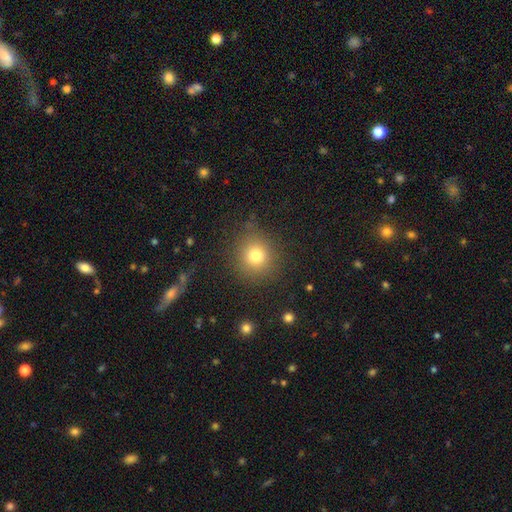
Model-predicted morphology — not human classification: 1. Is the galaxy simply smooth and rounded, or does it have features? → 78% smooth, 14% star or artifact, 8% featured or disk.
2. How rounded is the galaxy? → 90% round, 9% in between, 1% cigar-shaped.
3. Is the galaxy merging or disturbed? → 86% none, 9% minor disturbance, 4% major disturbance, 2% merger.